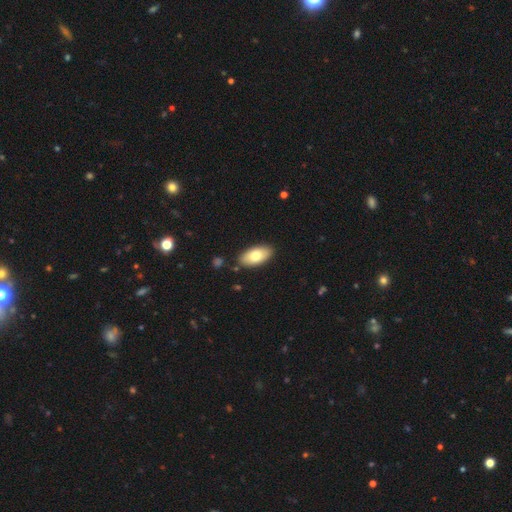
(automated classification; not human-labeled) smooth 78%, featured or disk 16%, star or artifact 6%. Down the decision tree: how rounded — in between (93%); merging — none (86%).